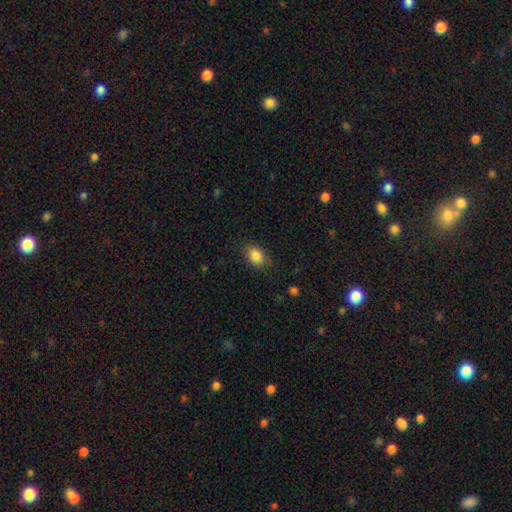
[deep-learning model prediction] Smooth or featured?
  - smooth: 86% *
  - star or artifact: 9%
  - featured or disk: 6%
How rounded?
  - in between: 72% *
  - round: 27%
  - cigar-shaped: 1%
Merging?
  - none: 83% *
  - minor disturbance: 13%
  - major disturbance: 3%
  - merger: 1%